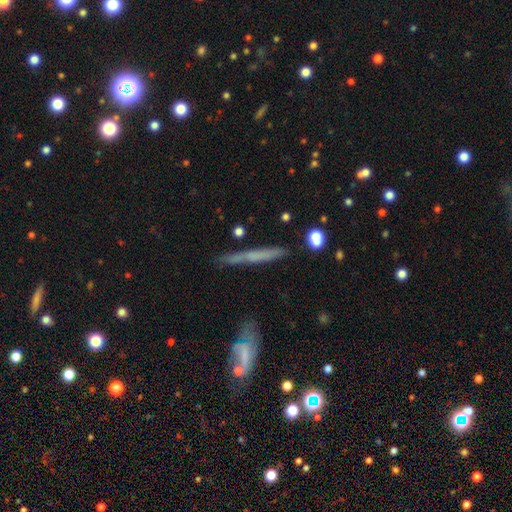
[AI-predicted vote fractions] A smooth galaxy with no disk features (48%).

Vote fractions:
- Smooth or featured? smooth: 48% / featured or disk: 44% / star or artifact: 8%
- Merging? none: 82% / minor disturbance: 13% / merger: 3% / major disturbance: 3%